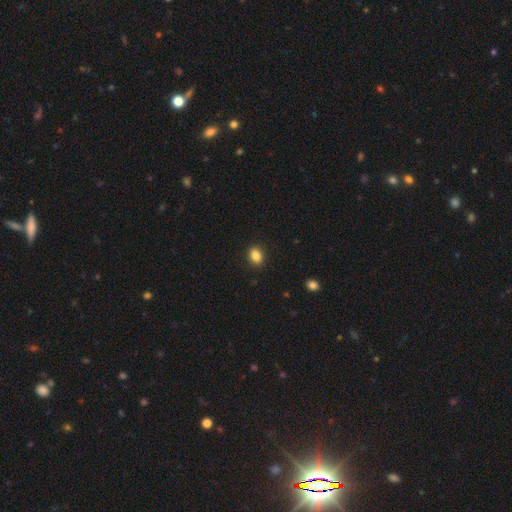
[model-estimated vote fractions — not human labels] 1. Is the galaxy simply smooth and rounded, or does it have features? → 87% smooth, 9% star or artifact, 4% featured or disk.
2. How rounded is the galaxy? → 66% in between, 33% round, 1% cigar-shaped.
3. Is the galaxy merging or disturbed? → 90% none, 7% minor disturbance, 2% major disturbance, 1% merger.